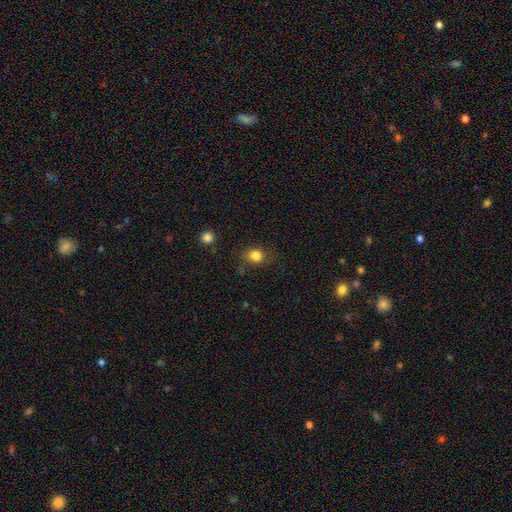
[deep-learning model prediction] Smooth or featured? Predicted: smooth (p=0.82). How rounded? Predicted: round (p=0.69). Merging? Predicted: none (p=0.71).